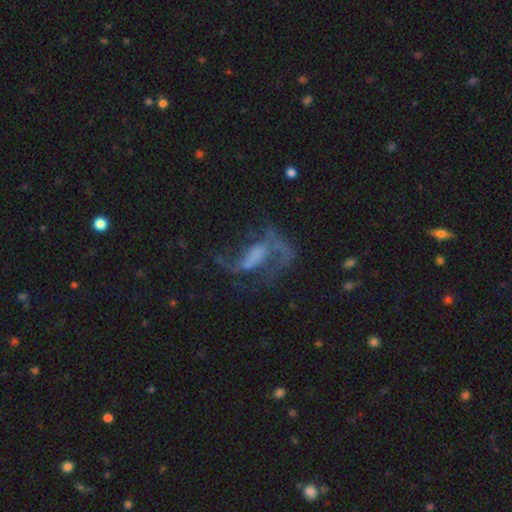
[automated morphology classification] Smooth or featured: featured or disk — 77% (star or artifact — 12%)
Edge-on disk: no — 95% (yes — 5%)
Bar: weak — 40% (no — 33%)
Spiral arms: yes — 85% (no — 15%)
Spiral winding: loose — 63% (medium — 30%)
Spiral arm count: 2 — 76% (1 — 9%)
Bulge size: none — 44% (small — 22%)
Merging: none — 45% (major disturbance — 35%)